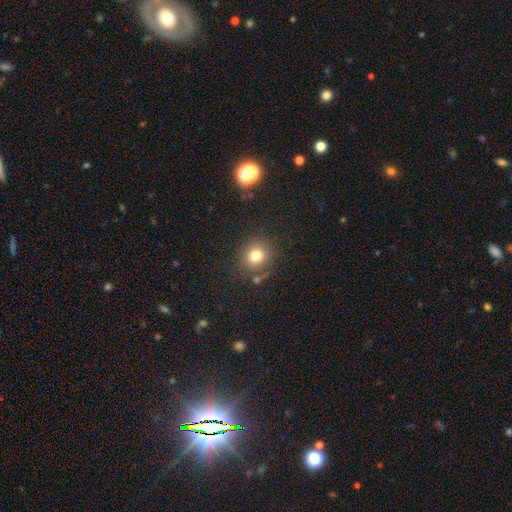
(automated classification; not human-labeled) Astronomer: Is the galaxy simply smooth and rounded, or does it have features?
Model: smooth — 78%.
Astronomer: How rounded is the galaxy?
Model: round — 82%.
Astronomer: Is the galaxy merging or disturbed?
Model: none — 78%.